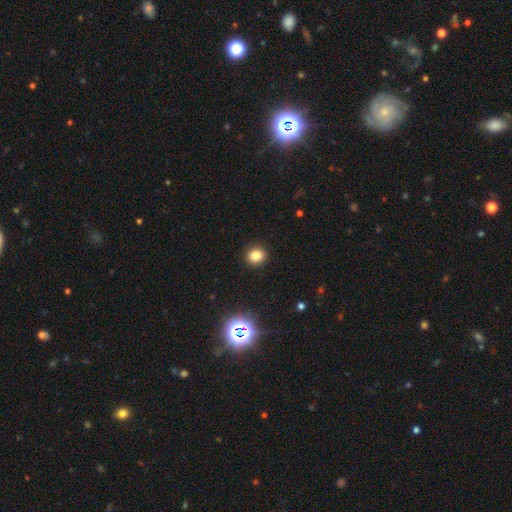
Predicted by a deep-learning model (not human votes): Morphology: type=smooth (82%); roundness=round (82%); merging=none (91%).